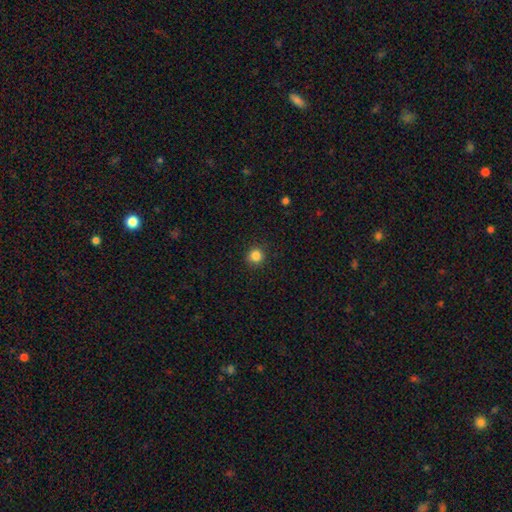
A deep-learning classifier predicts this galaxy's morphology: This is clearly a smooth galaxy (85%). How rounded: clearly round (92%). Merging: clearly none (90%).